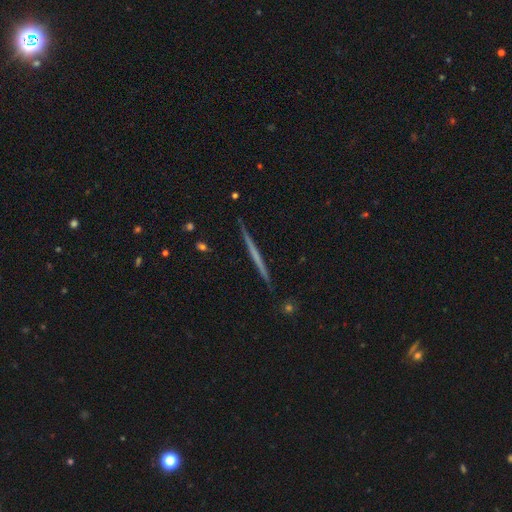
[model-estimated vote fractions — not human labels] smooth_or_featured: featured or disk (p=0.57) [alt: smooth p=0.37]
disk_edge_on: yes (p=0.98) [alt: no p=0.02]
edge_on_bulge: none (p=0.91) [alt: rounded p=0.06]
merging: none (p=0.92) [alt: minor disturbance p=0.06]